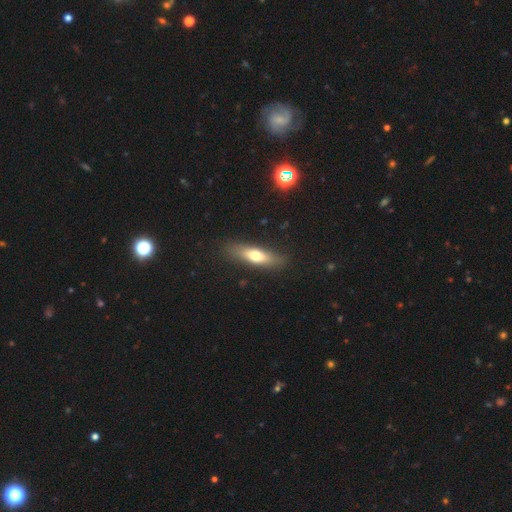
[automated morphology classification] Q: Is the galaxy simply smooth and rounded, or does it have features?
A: smooth — 64%.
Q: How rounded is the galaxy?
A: cigar-shaped — 59%.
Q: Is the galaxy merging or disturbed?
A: none — 85%.